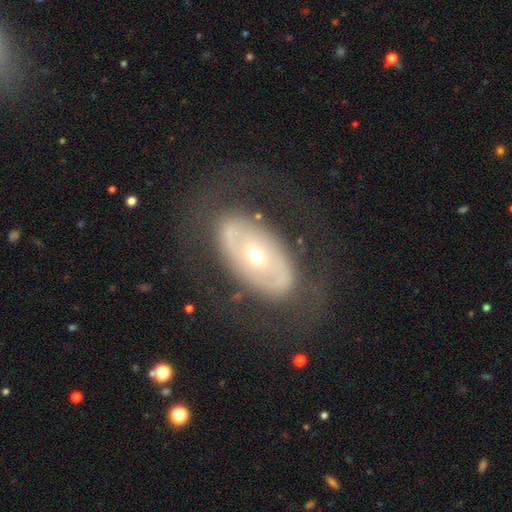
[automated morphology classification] This is likely a featured or disk galaxy (67%). It is clearly not viewed edge-on (90%). Bar: likely no (73%). Spiral arm pattern: likely no (68%). Central bulge: possibly moderate (48%). Merging: likely none (73%).